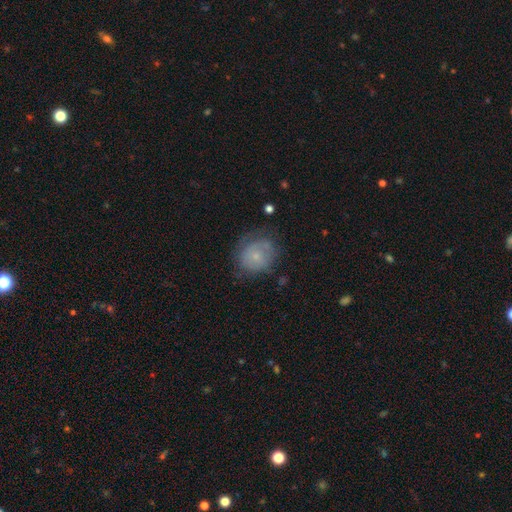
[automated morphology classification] Overall: smooth (55%; featured or disk 36%). How rounded: round (75%). Merging: none (57%; minor disturbance 26%).